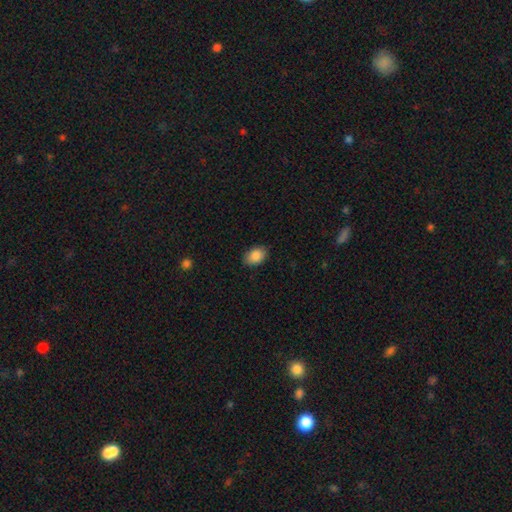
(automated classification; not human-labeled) Smooth or featured: smooth — 87% (star or artifact — 8%)
How rounded: in between — 80% (round — 19%)
Merging: none — 86% (minor disturbance — 11%)